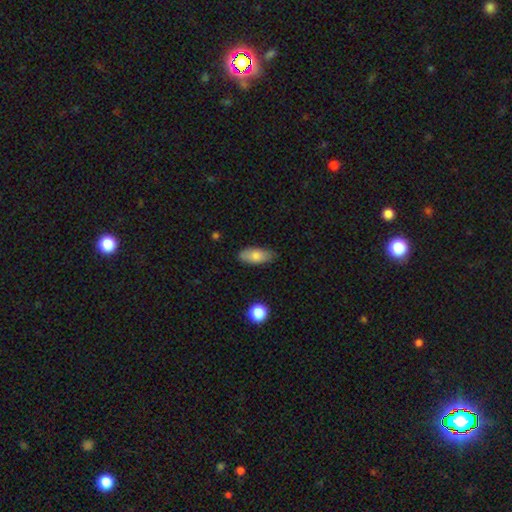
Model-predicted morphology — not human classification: smooth-or-featured: smooth: 79% | featured or disk: 14% | star or artifact: 7%
  how-rounded: in between: 86% | cigar-shaped: 11% | round: 3%
  merging: none: 79% | minor disturbance: 17% | major disturbance: 3% | merger: 1%